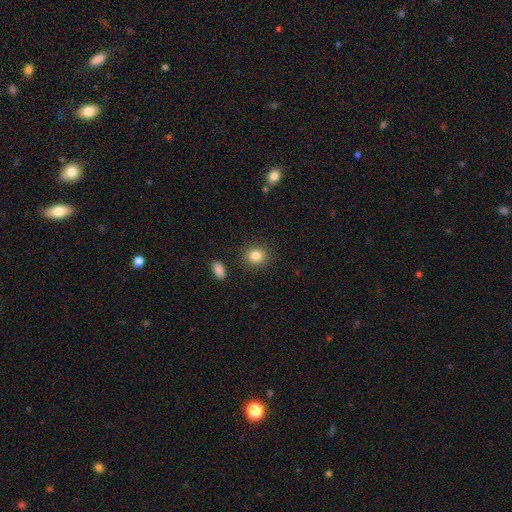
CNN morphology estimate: This appears to be a smooth galaxy with no disk features (84%) that is round (81%). Merging: none (89%).